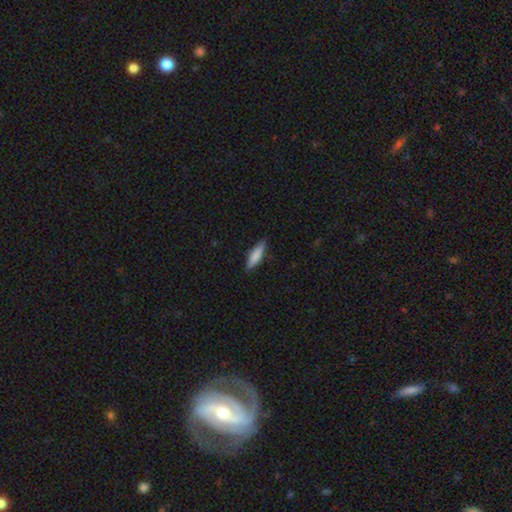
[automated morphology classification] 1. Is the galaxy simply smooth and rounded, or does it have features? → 79% smooth, 15% featured or disk, 6% star or artifact.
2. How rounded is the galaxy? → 72% cigar-shaped, 26% in between, 2% round.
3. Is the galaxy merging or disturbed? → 86% none, 11% minor disturbance, 2% major disturbance, 1% merger.